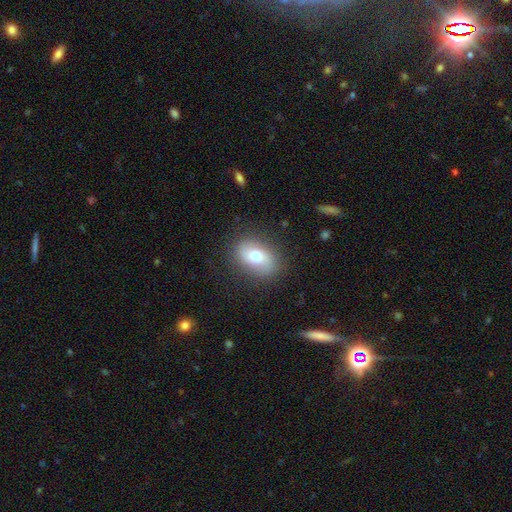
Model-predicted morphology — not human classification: Smooth or featured: smooth — 63% (featured or disk — 29%)
How rounded: in between — 82% (round — 16%)
Merging: none — 82% (minor disturbance — 13%)